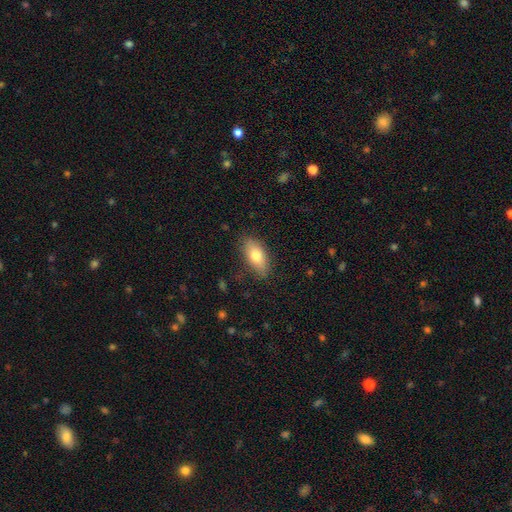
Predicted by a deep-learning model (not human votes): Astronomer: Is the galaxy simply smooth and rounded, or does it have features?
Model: smooth — 76%.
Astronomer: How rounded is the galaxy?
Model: in between — 86%.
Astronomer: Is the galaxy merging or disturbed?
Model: none — 82%.